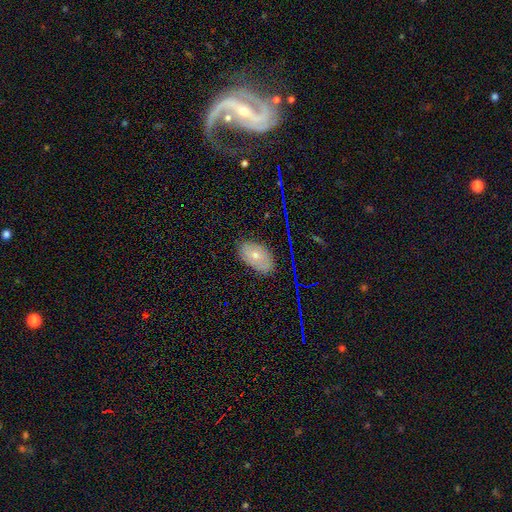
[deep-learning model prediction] smooth-or-featured: smooth: 53% | featured or disk: 30% | star or artifact: 17%
  how-rounded: in between: 90% | round: 8% | cigar-shaped: 2%
  merging: none: 79% | minor disturbance: 16% | major disturbance: 4% | merger: 1%